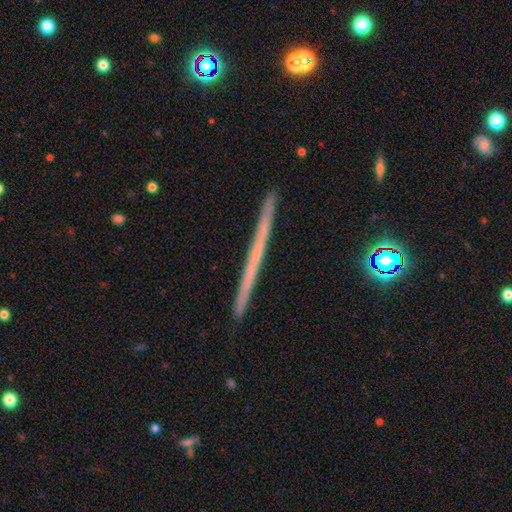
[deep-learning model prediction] Smooth or featured: featured or disk — 63% (smooth — 30%)
Edge-on disk: yes — 98% (no — 2%)
Edge-on bulge: none — 82% (rounded — 14%)
Merging: none — 92% (minor disturbance — 6%)